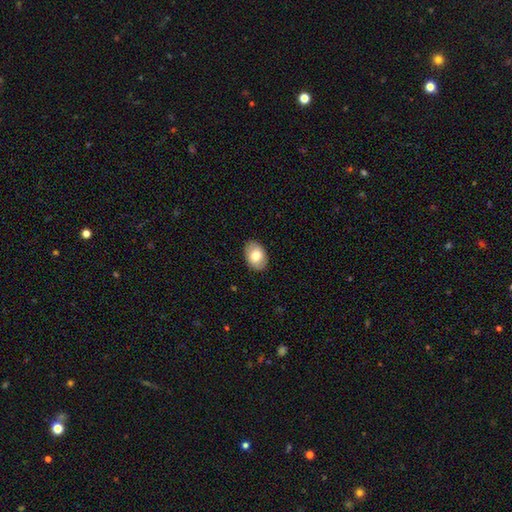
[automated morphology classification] Smooth or featured: smooth — 78% (featured or disk — 16%)
How rounded: in between — 85% (round — 14%)
Merging: none — 88% (minor disturbance — 9%)